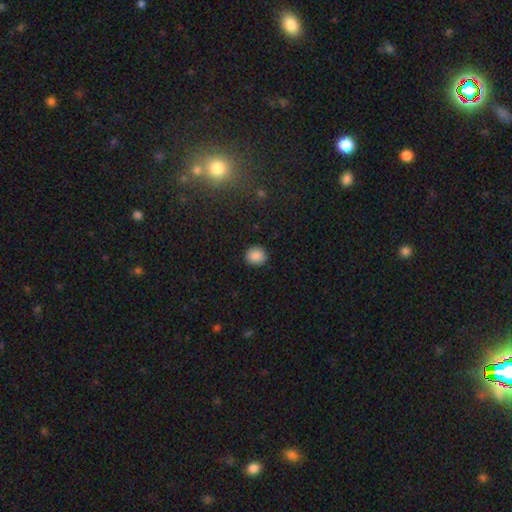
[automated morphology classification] Q: Smooth or featured?
A: smooth (88%); runner-up: star or artifact (9%)
Q: How rounded?
A: round (82%); runner-up: in between (17%)
Q: Merging?
A: none (90%); runner-up: minor disturbance (7%)